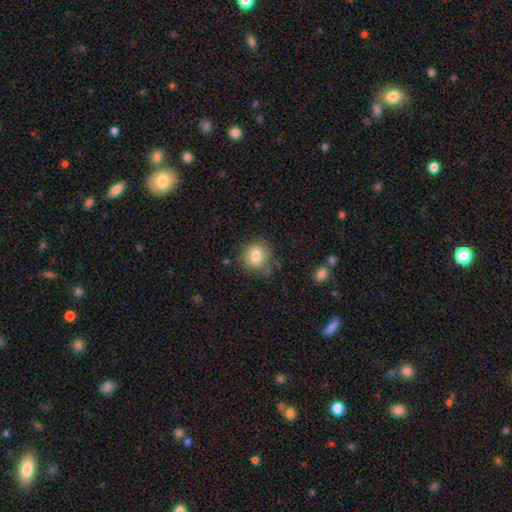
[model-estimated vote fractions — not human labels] A smooth galaxy with no disk features (79%) that is round (69%).

Vote fractions:
- Smooth or featured? smooth: 79% / featured or disk: 11% / star or artifact: 10%
- How rounded? round: 69% / in between: 30% / cigar-shaped: 1%
- Merging? none: 75% / minor disturbance: 18% / major disturbance: 5% / merger: 2%